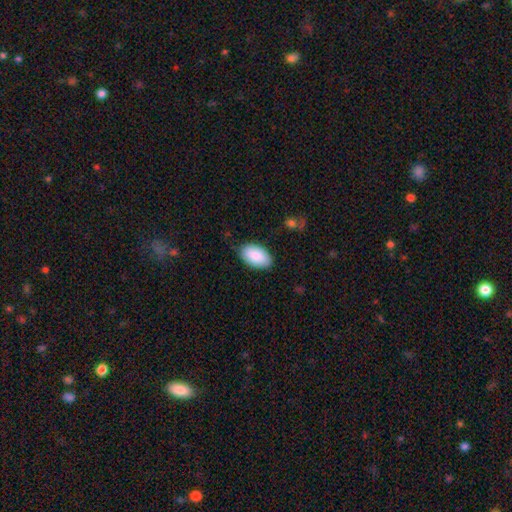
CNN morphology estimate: smooth 89%, star or artifact 6%, featured or disk 5%. Down the decision tree: how rounded — in between (95%); merging — none (82%).